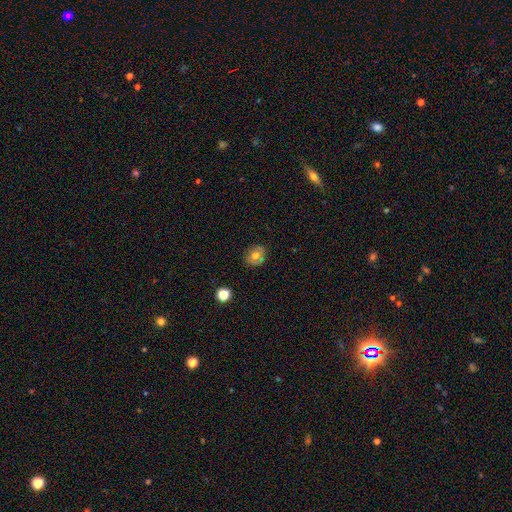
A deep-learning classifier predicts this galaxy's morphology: Smooth or featured? smooth (57%)
How rounded? round (76%)
Merging? none (83%)